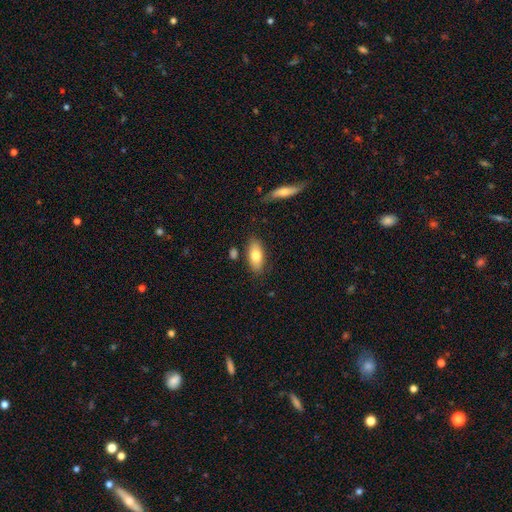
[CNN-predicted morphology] Smooth or featured? Predicted: smooth (p=0.77). How rounded? Predicted: in between (p=0.87). Merging? Predicted: none (p=0.82).